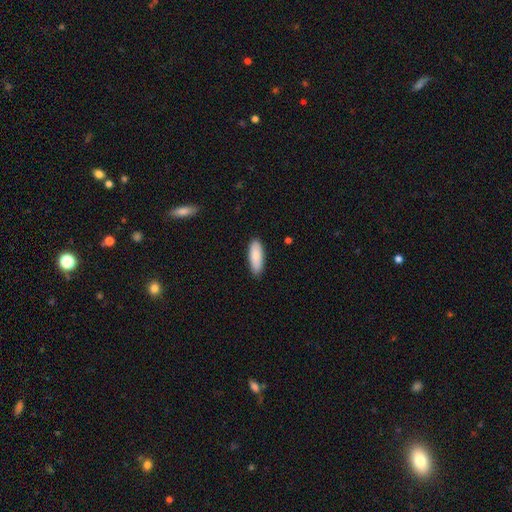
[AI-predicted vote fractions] smooth 87%, featured or disk 8%, star or artifact 5%. Down the decision tree: how rounded — in between (67%); merging — none (88%).